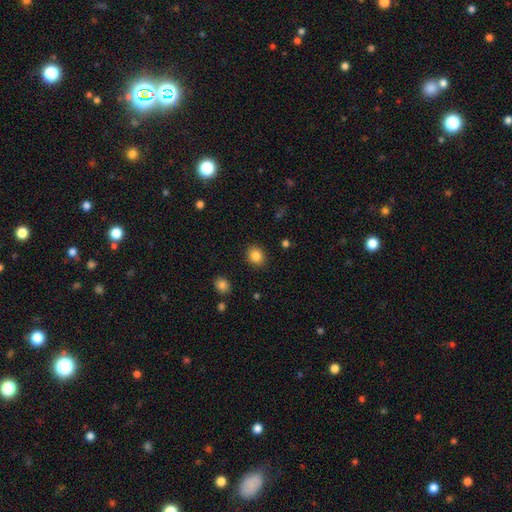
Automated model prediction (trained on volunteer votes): A smooth galaxy with no disk features (85%) that is round (64%).

Vote fractions:
- Smooth or featured? smooth: 85% / star or artifact: 10% / featured or disk: 5%
- How rounded? round: 64% / in between: 35% / cigar-shaped: 1%
- Merging? none: 89% / minor disturbance: 8% / major disturbance: 2% / merger: 1%